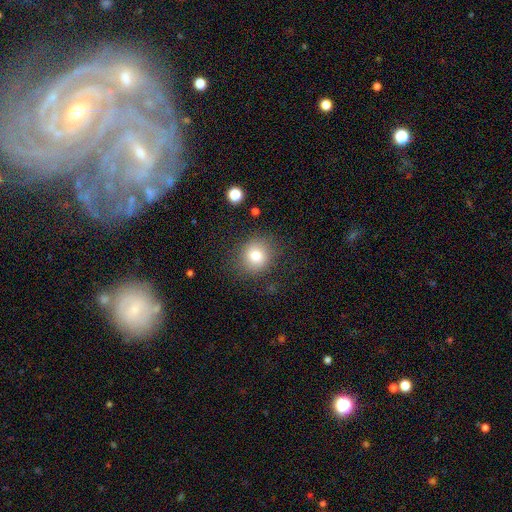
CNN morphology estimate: Smooth or featured: smooth — 79% (star or artifact — 11%)
How rounded: round — 86% (in between — 13%)
Merging: none — 83% (minor disturbance — 11%)